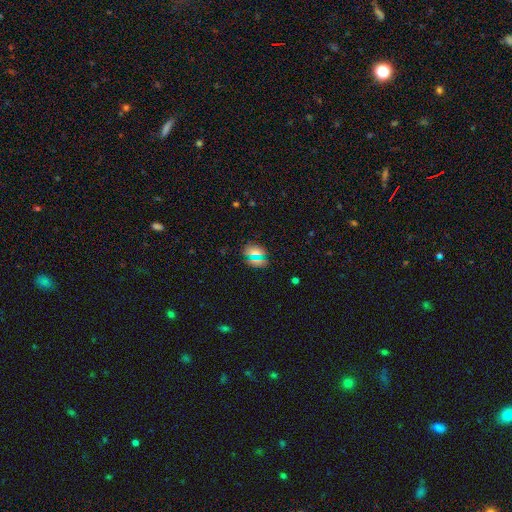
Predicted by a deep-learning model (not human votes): This appears to be a smooth galaxy with no disk features (64%) that is in between round and cigar-shaped (51%). Merging: none (75%).